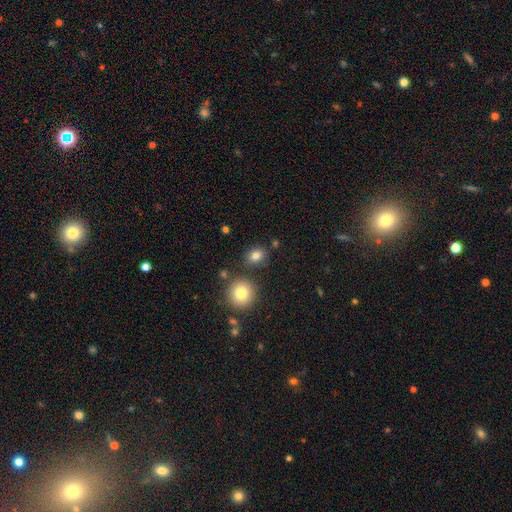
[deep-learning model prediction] The model was most divided on "how rounded": round: 64%, in between: 35%, cigar-shaped: 1%. More confident: smooth or featured — smooth (81%); merging — none (80%).